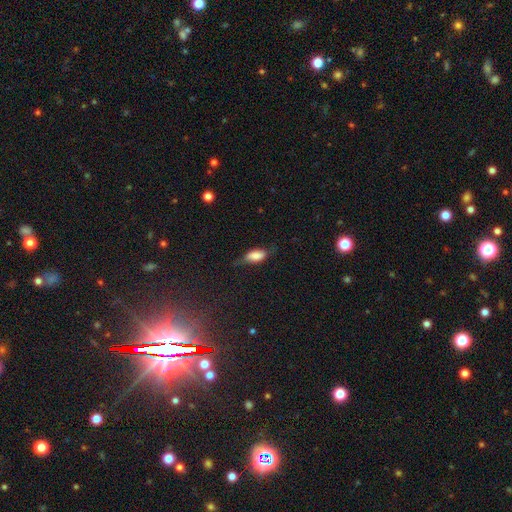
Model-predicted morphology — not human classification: A smooth galaxy with no disk features (75%) that is in between round and cigar-shaped (84%). Merging: none (54%).